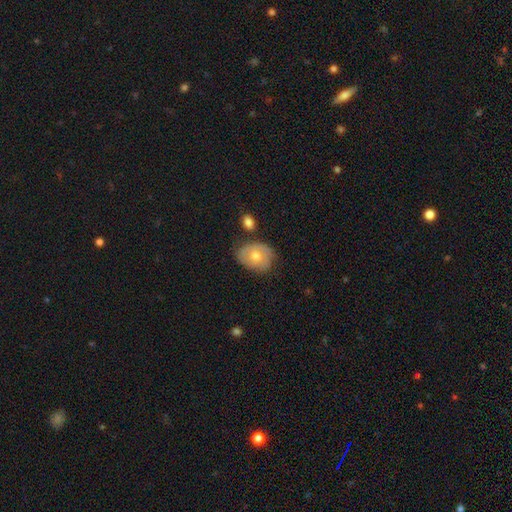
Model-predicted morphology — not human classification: smooth 58%, featured or disk 36%, star or artifact 6%. Down the decision tree: how rounded — in between (58%); merging — none (59%).